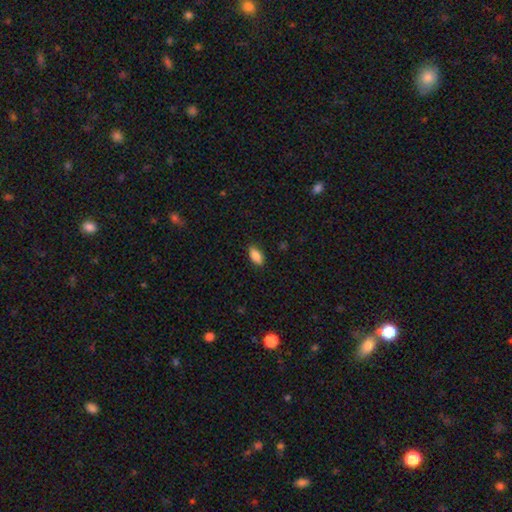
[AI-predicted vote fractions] Smooth or featured? Predicted: smooth (p=0.87). How rounded? Predicted: in between (p=0.91). Merging? Predicted: none (p=0.86).